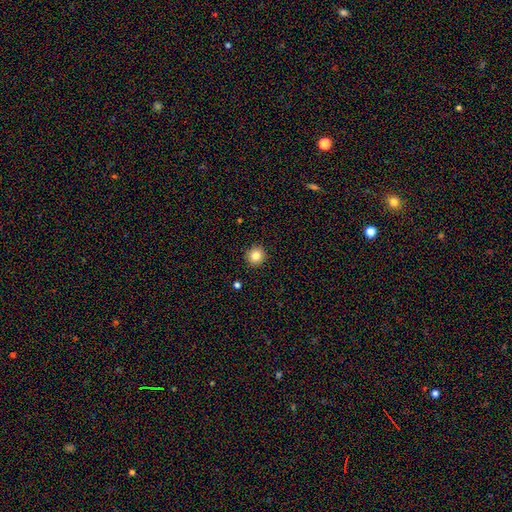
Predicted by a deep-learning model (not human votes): Overall: smooth (83%). How rounded: round (93%). Merging: none (92%).